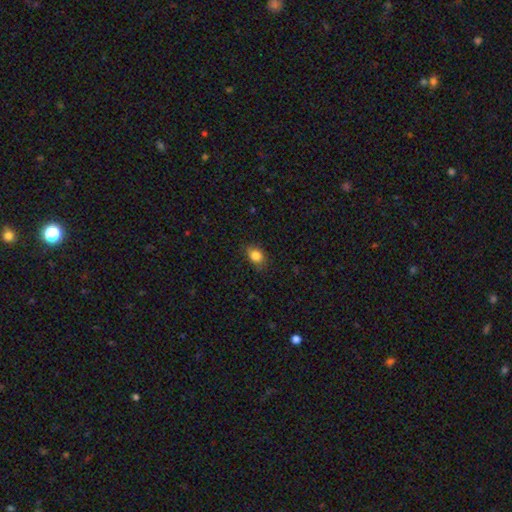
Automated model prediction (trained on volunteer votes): Q: Smooth or featured?
A: smooth (84%); runner-up: star or artifact (9%)
Q: How rounded?
A: in between (72%); runner-up: round (27%)
Q: Merging?
A: none (81%); runner-up: minor disturbance (15%)